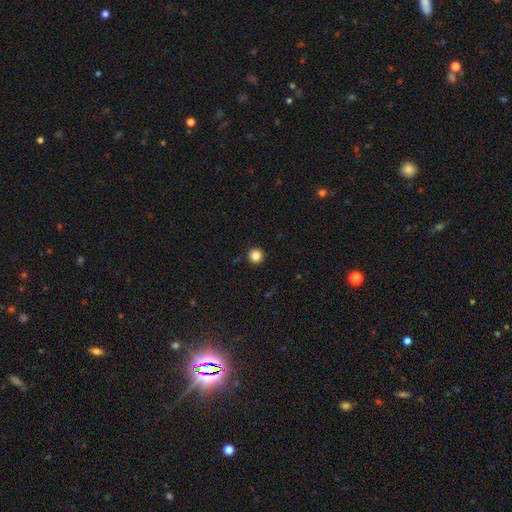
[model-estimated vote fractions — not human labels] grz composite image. It shows a smooth galaxy with no disk features (86%) that is round (96%). Merging: none (93%).